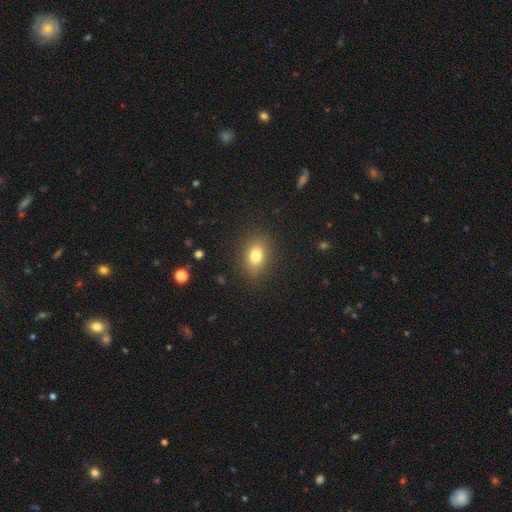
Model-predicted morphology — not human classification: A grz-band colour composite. It shows a smooth galaxy with no disk features (79%) that is in between round and cigar-shaped (74%). Merging: none (86%).